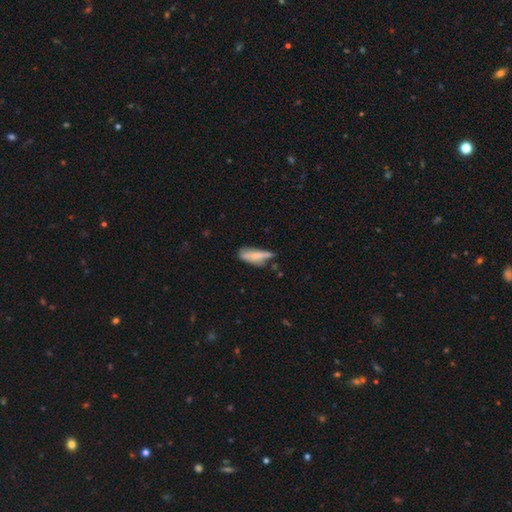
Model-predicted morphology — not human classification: smooth_or_featured: smooth (p=0.65) [alt: featured or disk p=0.26]
how_rounded: in between (p=0.51) [alt: cigar-shaped p=0.47]
merging: none (p=0.38) [alt: minor disturbance p=0.33]